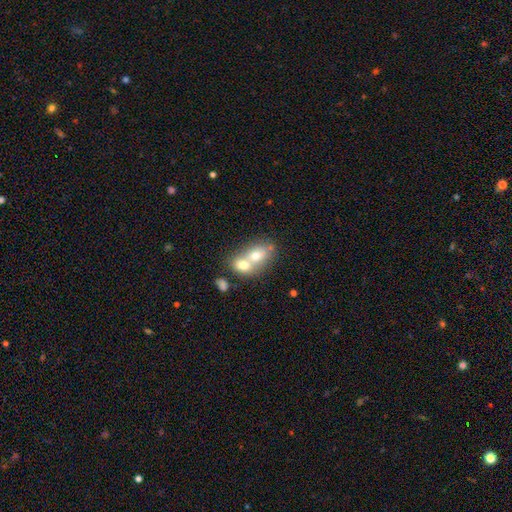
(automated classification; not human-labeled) Overall: smooth (68%). How rounded: in between (67%; round 31%). Merging: merger (71%).